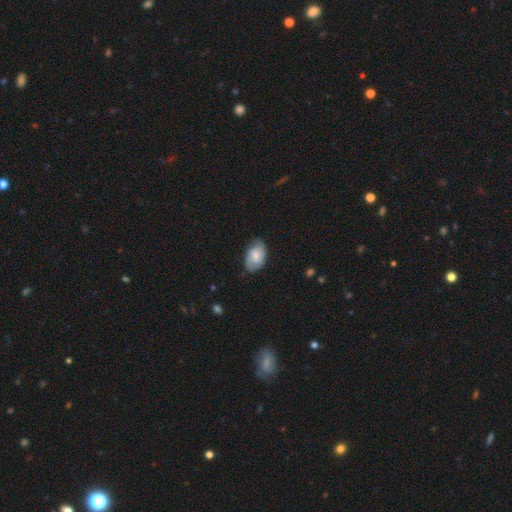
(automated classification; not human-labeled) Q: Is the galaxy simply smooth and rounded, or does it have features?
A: smooth — 55%.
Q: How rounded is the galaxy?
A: in between — 89%.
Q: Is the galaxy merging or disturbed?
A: none — 72%.